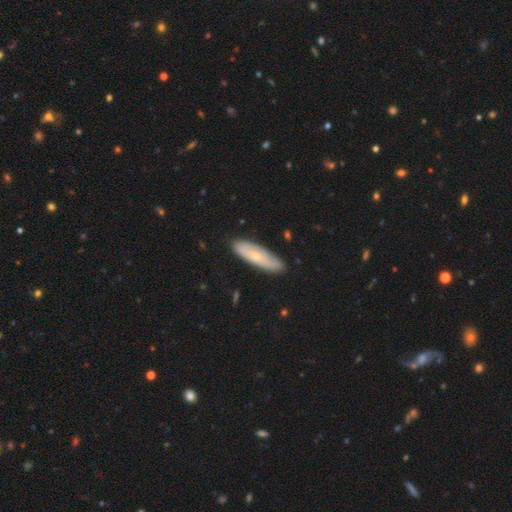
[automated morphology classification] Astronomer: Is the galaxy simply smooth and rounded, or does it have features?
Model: featured or disk — 48% (runner-up: smooth, 46%).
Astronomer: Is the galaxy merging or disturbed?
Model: none — 81%.